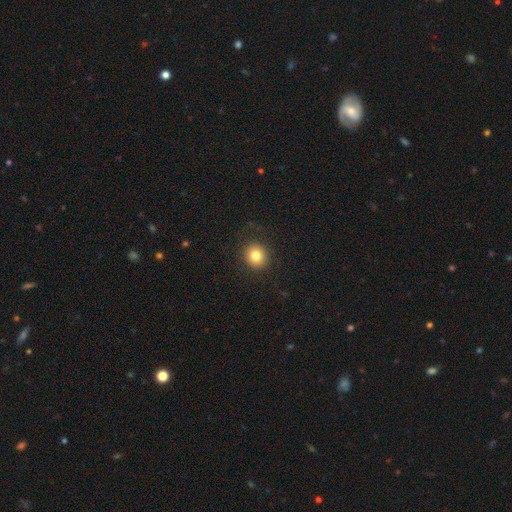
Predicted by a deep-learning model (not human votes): Smooth or featured: smooth — 81% (star or artifact — 11%)
How rounded: round — 83% (in between — 16%)
Merging: none — 89% (minor disturbance — 7%)